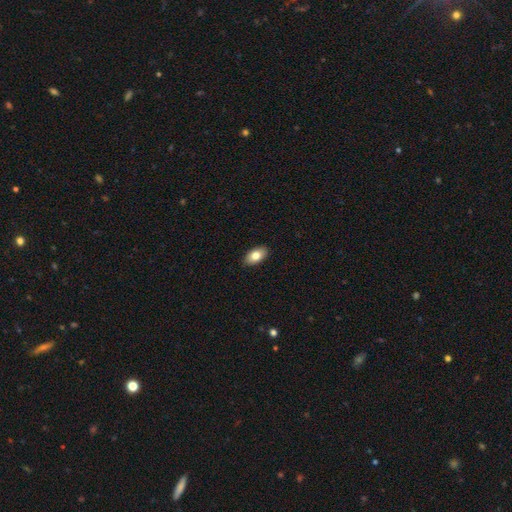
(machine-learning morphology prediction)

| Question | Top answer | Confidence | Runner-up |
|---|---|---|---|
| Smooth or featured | smooth | 80% | featured or disk (13%) |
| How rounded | in between | 93% | round (4%) |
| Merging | none | 89% | minor disturbance (8%) |